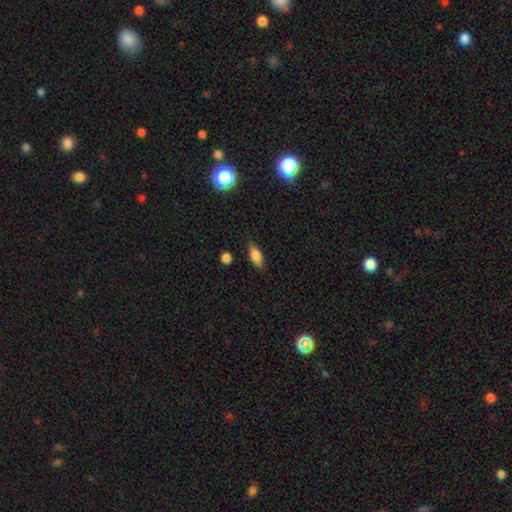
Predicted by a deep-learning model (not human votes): Q: Smooth or featured?
A: smooth (77%); runner-up: featured or disk (14%)
Q: How rounded?
A: in between (75%); runner-up: cigar-shaped (21%)
Q: Merging?
A: none (79%); runner-up: minor disturbance (16%)